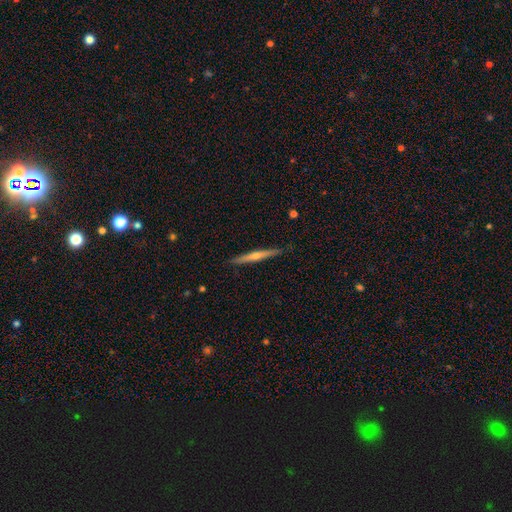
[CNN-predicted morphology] This appears to be a featured or disk galaxy (70%) viewed edge-on (98%) with a rounded central bulge (77%). Merging: none (91%).